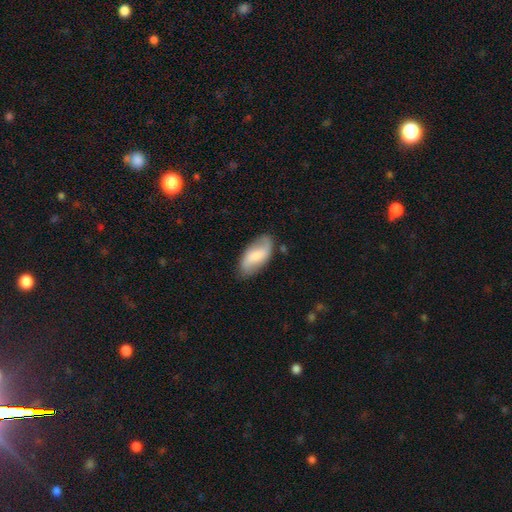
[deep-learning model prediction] smooth_or_featured: smooth (p=0.55) [alt: featured or disk p=0.38]
how_rounded: in between (p=0.92) [alt: cigar-shaped p=0.05]
merging: none (p=0.74) [alt: minor disturbance p=0.19]